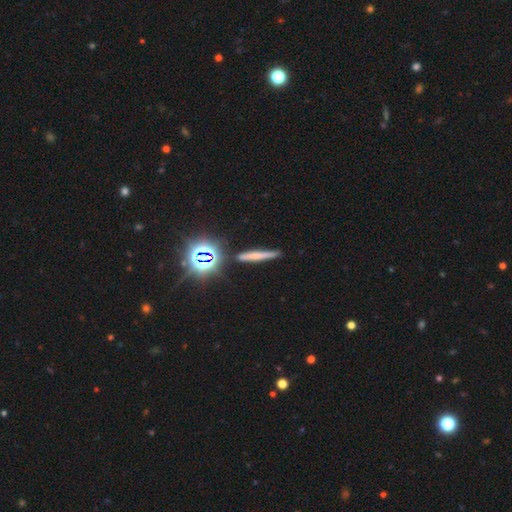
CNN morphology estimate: Smooth or featured? smooth (53%)
How rounded? cigar-shaped (87%)
Merging? none (81%)